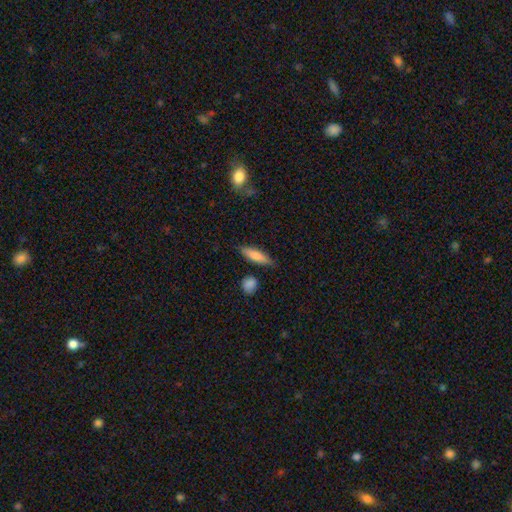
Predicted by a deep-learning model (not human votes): This appears to be a smooth galaxy with no disk features (72%) that is cigar-shaped (61%). Merging: none (81%).